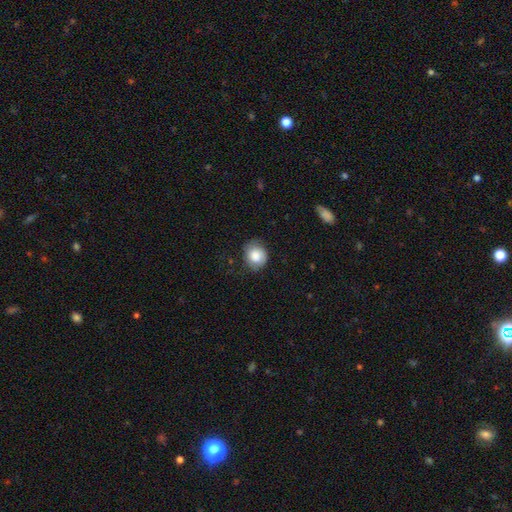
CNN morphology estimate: The model was most divided on "merging": none: 70%, minor disturbance: 23%, major disturbance: 6%, merger: 1%. More confident: smooth or featured — smooth (83%); how rounded — round (75%).